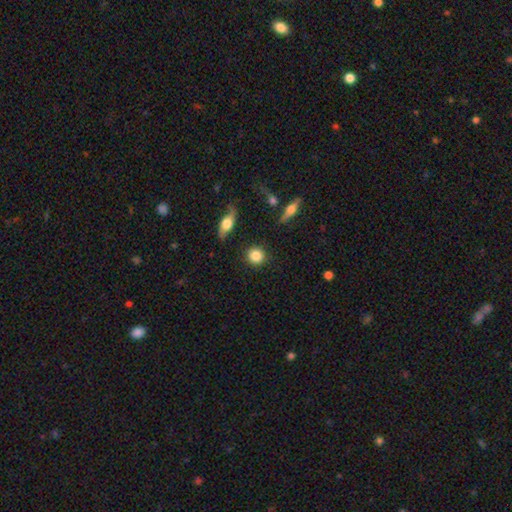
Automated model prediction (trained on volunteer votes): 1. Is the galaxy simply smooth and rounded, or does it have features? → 84% smooth, 9% featured or disk, 8% star or artifact.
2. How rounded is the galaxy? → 89% round, 9% in between, 2% cigar-shaped.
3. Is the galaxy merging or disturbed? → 87% none, 7% minor disturbance, 3% merger, 3% major disturbance.